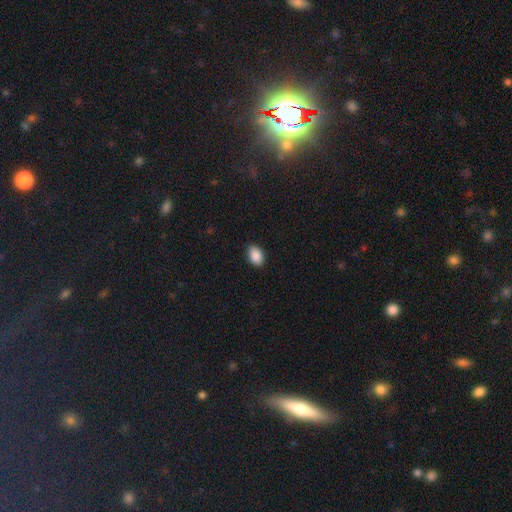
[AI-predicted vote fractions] Overall: smooth (89%). How rounded: in between (89%). Merging: none (88%).